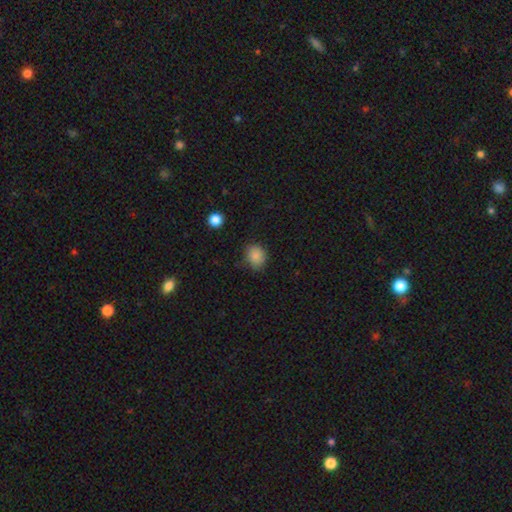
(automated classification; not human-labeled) This is clearly a smooth galaxy (85%). How rounded: likely round (60%). Merging: likely none (72%).